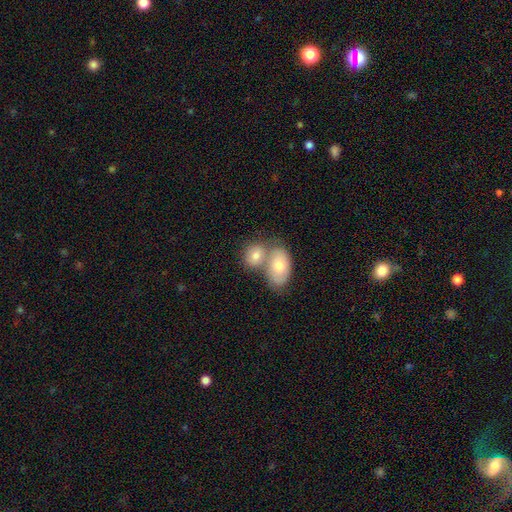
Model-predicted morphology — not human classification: type=smooth (74%); roundness=in between (71%); merging=merger (60%).